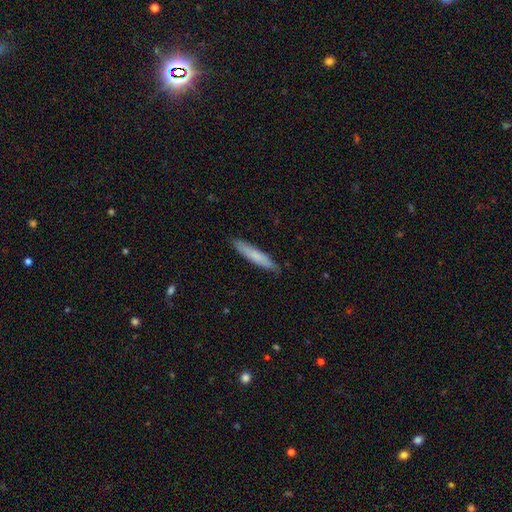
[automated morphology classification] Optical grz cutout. It shows a smooth galaxy with no disk features (72%) that is cigar-shaped (91%). Merging: none (88%).